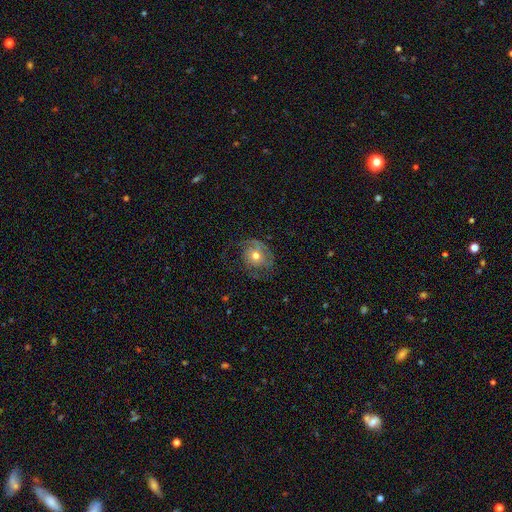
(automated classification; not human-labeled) featured or disk 60%, smooth 32%, star or artifact 8%. Down the decision tree: edge-on disk — no (96%); bar — no (82%); spiral arms — yes (77%); bulge size — moderate (69%); merging — none (54%).